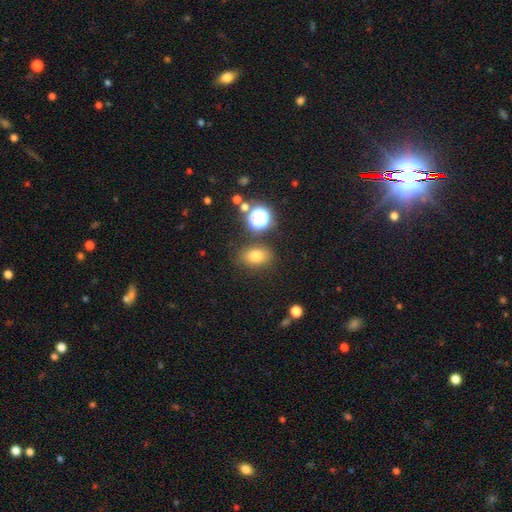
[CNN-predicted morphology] Smooth or featured? smooth (76%)
How rounded? in between (77%)
Merging? none (80%)